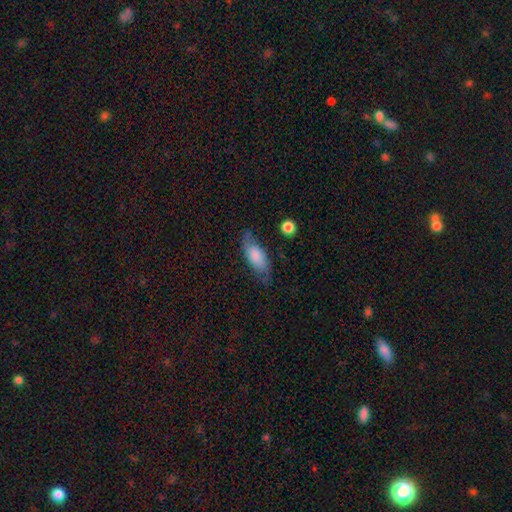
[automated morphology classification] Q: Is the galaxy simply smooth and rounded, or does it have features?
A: smooth — 71%.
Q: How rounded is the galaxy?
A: in between — 81%.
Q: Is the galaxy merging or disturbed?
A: none — 63%.